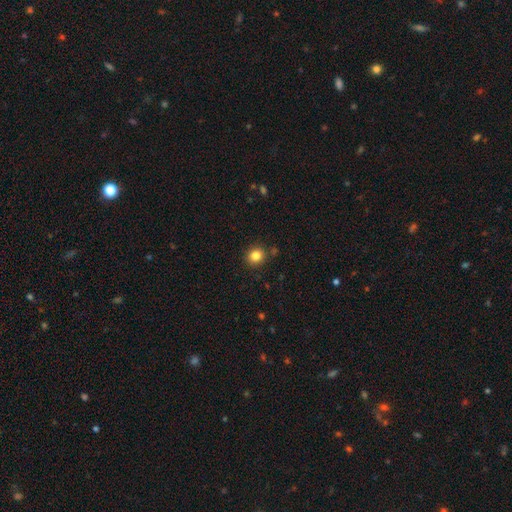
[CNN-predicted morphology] The model was most divided on "how rounded": round: 81%, in between: 18%, cigar-shaped: 1%. More confident: merging — none (88%); smooth or featured — smooth (83%).